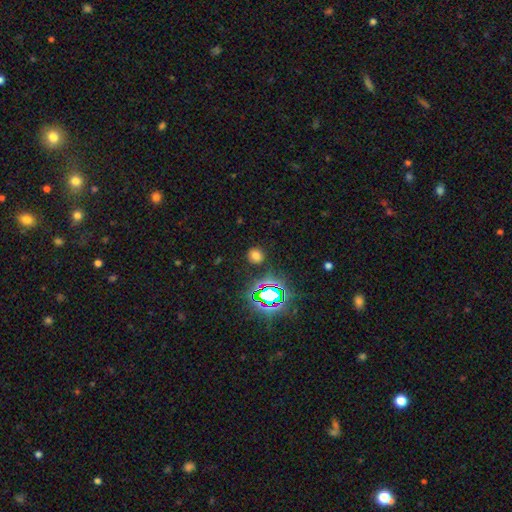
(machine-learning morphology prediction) type=smooth (66%); roundness=round (84%); merging=none (88%).